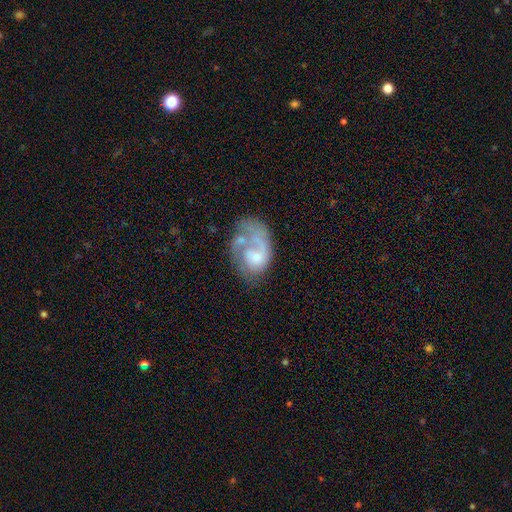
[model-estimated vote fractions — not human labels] This is likely a featured or disk galaxy (69%). It is clearly not viewed edge-on (98%). Bar: likely no (74%). Spiral arm pattern: likely yes (76%). Spiral arm count: likely 1 (75%). Spiral winding: marginally medium (36%). Central bulge: marginally moderate (37%). Merging: marginally none (34%).